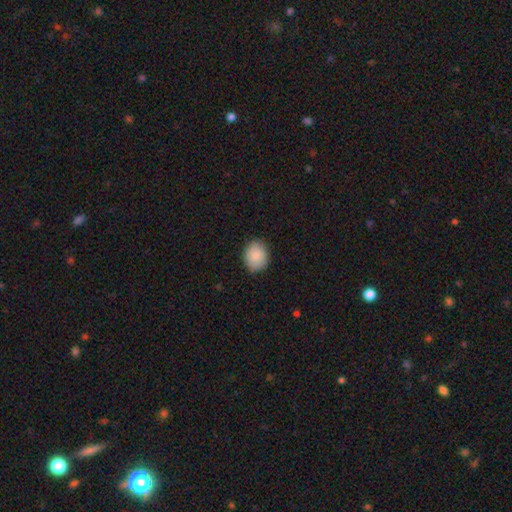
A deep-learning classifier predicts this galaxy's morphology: smooth-or-featured: smooth: 86% | star or artifact: 7% | featured or disk: 7%
  how-rounded: round: 55% | in between: 44% | cigar-shaped: 1%
  merging: none: 85% | minor disturbance: 11% | major disturbance: 2% | merger: 1%